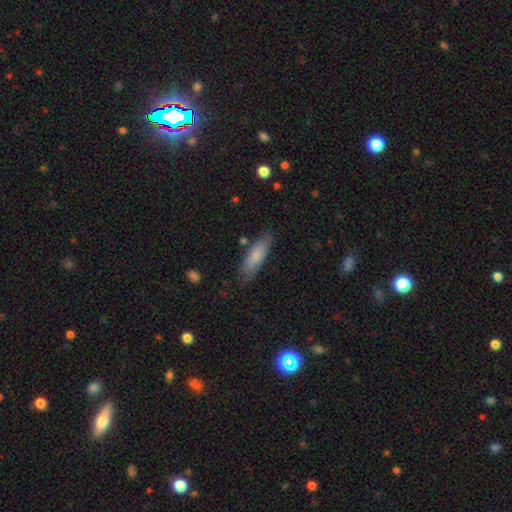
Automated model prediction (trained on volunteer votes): smooth_or_featured: smooth (p=0.77) [alt: featured or disk p=0.17]
how_rounded: cigar-shaped (p=0.54) [alt: in between p=0.45]
merging: none (p=0.76) [alt: minor disturbance p=0.18]